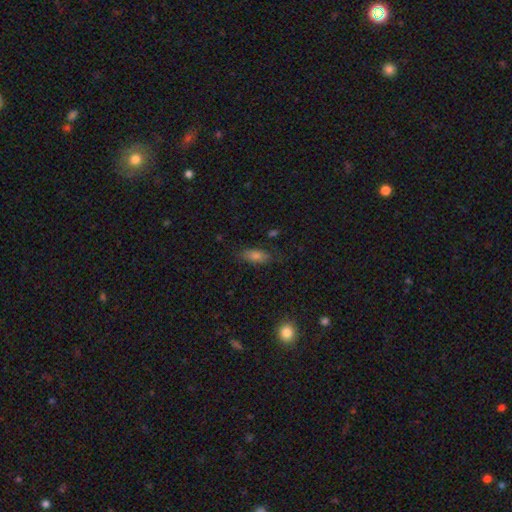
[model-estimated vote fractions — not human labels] A smooth galaxy with no disk features (76%) that is in between round and cigar-shaped (79%). Merging: none (77%).